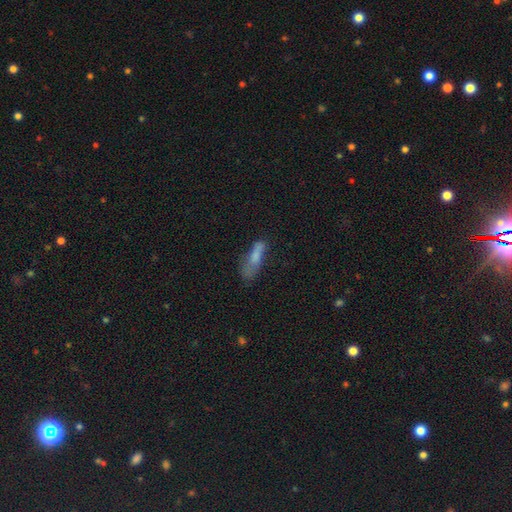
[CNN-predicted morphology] Smooth or featured? smooth (68%)
How rounded? cigar-shaped (53%)
Merging? none (37%)